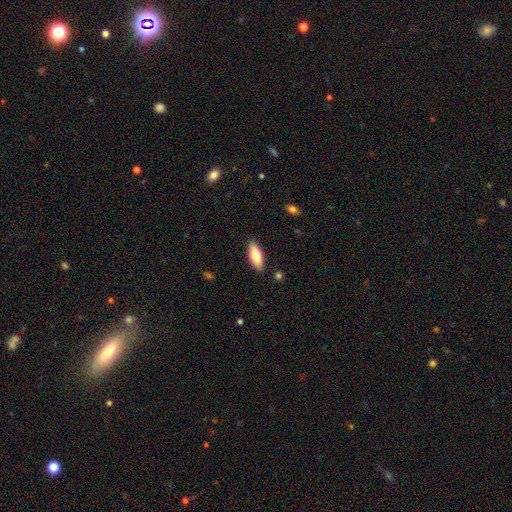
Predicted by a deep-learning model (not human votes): This is likely a smooth galaxy (75%). How rounded: likely in between (70%). Merging: clearly none (88%).